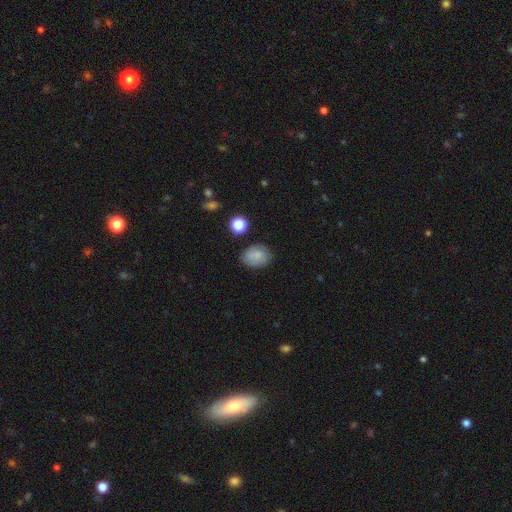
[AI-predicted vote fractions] This appears to be a smooth galaxy with no disk features (75%) that is in between round and cigar-shaped (56%). Merging: none (73%).